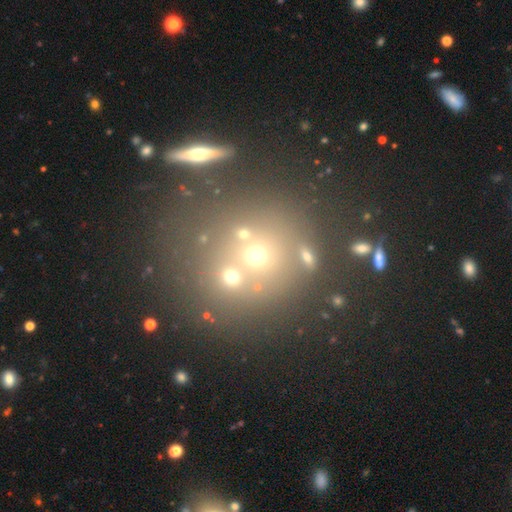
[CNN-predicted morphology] A smooth galaxy with no disk features (41%). Merging: none (54%).